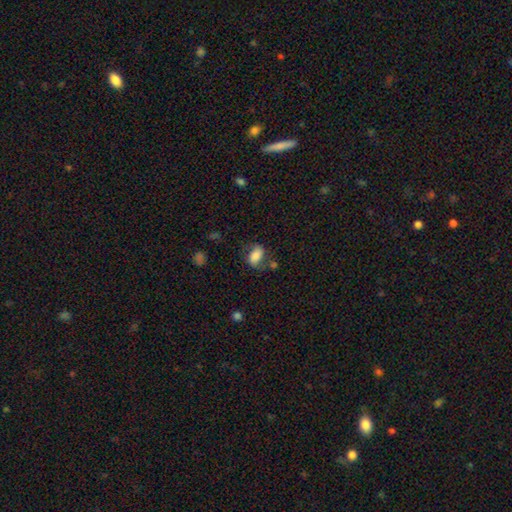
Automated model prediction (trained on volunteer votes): smooth_or_featured: smooth (p=0.66) [alt: featured or disk p=0.25]
how_rounded: in between (p=0.83) [alt: round p=0.14]
merging: none (p=0.54) [alt: minor disturbance p=0.24]